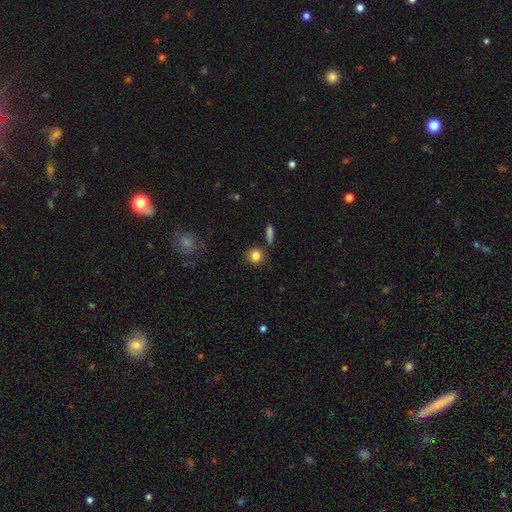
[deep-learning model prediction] Smooth or featured? smooth (84%)
How rounded? round (87%)
Merging? none (79%)